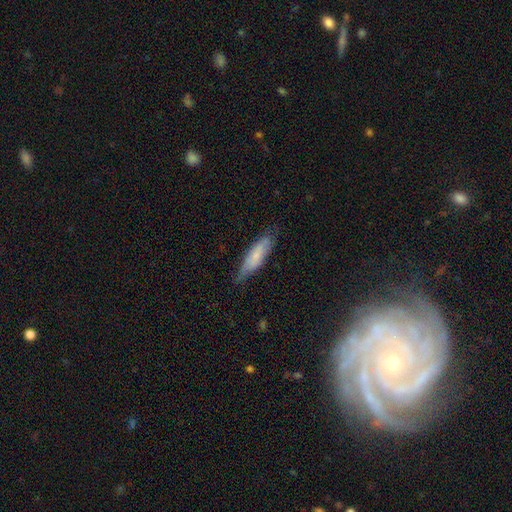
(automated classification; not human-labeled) smooth_or_featured: smooth (p=0.65) [alt: featured or disk p=0.28]
how_rounded: cigar-shaped (p=0.64) [alt: in between p=0.35]
merging: none (p=0.70) [alt: minor disturbance p=0.24]